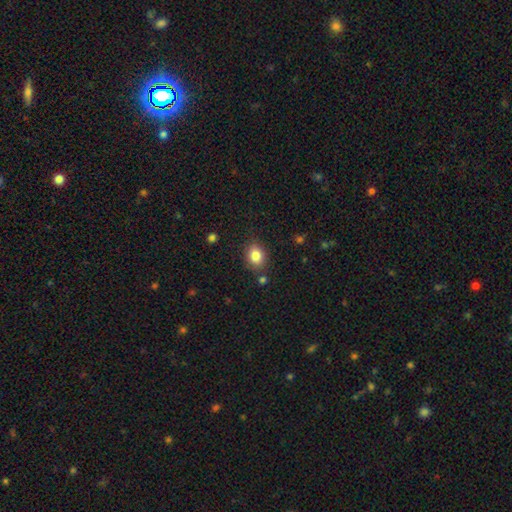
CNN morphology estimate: A smooth galaxy with no disk features (84%) that is in between round and cigar-shaped (63%).

Vote fractions:
- Smooth or featured? smooth: 84% / star or artifact: 9% / featured or disk: 7%
- How rounded? in between: 63% / round: 36% / cigar-shaped: 1%
- Merging? none: 81% / minor disturbance: 12% / merger: 4% / major disturbance: 3%